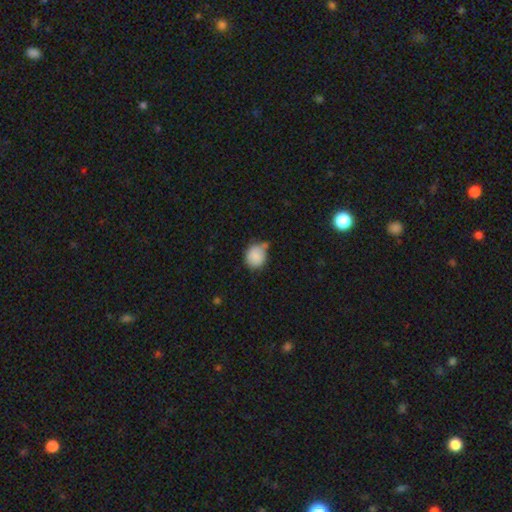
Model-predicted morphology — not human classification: Smooth or featured? smooth (85%)
How rounded? round (75%)
Merging? none (45%)